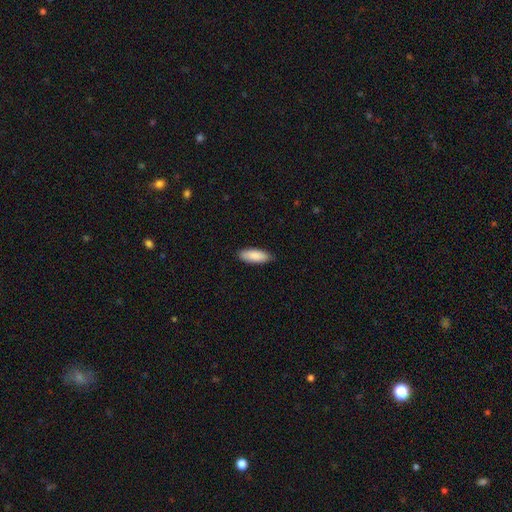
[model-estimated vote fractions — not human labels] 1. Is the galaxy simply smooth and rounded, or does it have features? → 89% smooth, 6% featured or disk, 5% star or artifact.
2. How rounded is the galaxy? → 69% in between, 29% cigar-shaped, 2% round.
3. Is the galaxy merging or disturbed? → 87% none, 11% minor disturbance, 2% major disturbance, 1% merger.